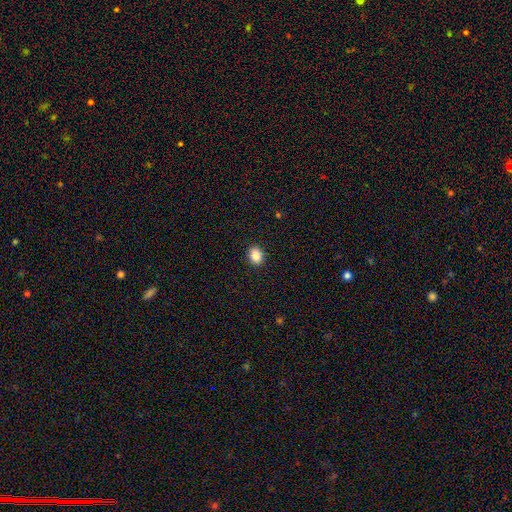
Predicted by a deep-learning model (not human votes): Overall: smooth (87%). How rounded: in between (55%; round 44%). Merging: none (91%).